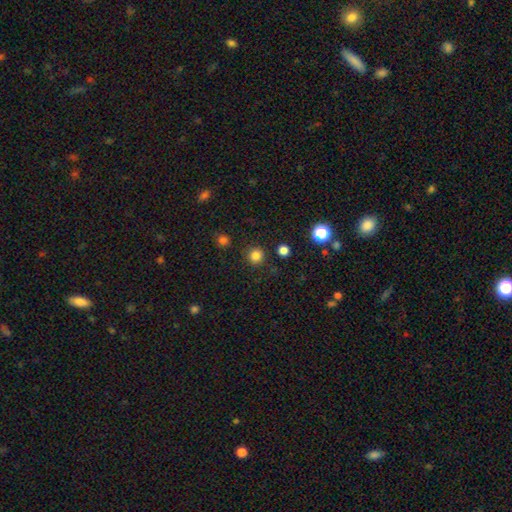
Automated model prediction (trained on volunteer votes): Q: Smooth or featured?
A: smooth (82%); runner-up: star or artifact (14%)
Q: How rounded?
A: round (94%); runner-up: in between (5%)
Q: Merging?
A: none (89%); runner-up: minor disturbance (6%)